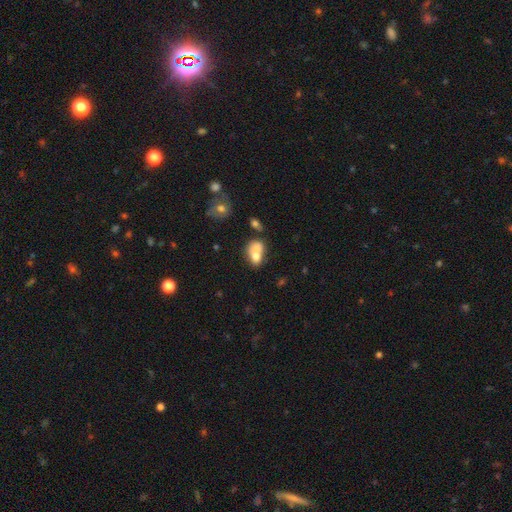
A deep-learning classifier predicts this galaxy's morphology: smooth_or_featured: smooth (p=0.71) [alt: featured or disk p=0.19]
how_rounded: in between (p=0.71) [alt: round p=0.27]
merging: merger (p=0.57) [alt: none p=0.23]